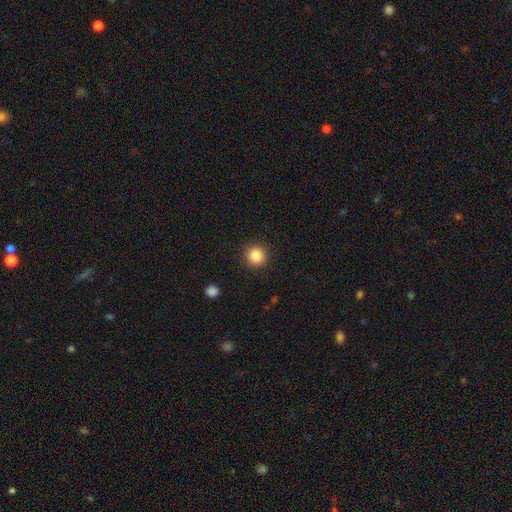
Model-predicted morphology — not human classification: Smooth or featured? Predicted: smooth (p=0.86). How rounded? Predicted: round (p=0.94). Merging? Predicted: none (p=0.91).